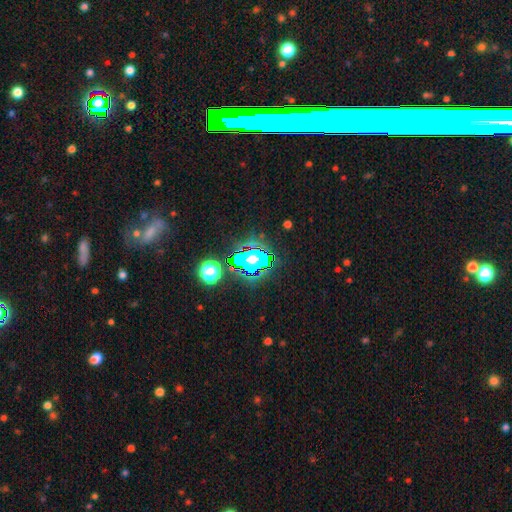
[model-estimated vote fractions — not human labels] Smooth or featured? Predicted: star or artifact (p=0.67).